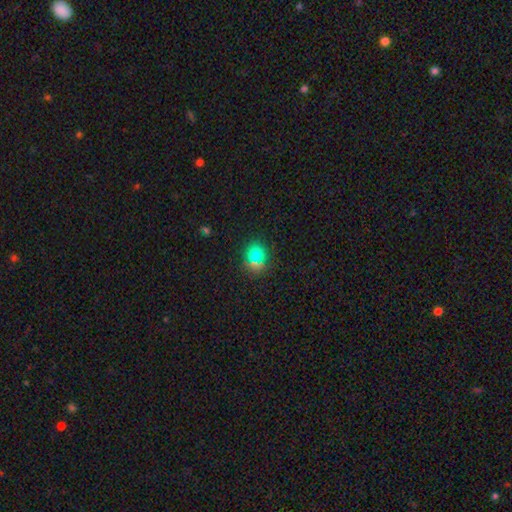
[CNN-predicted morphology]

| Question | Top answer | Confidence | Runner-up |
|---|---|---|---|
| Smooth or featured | smooth | 71% | star or artifact (21%) |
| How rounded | round | 75% | in between (24%) |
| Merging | none | 74% | merger (11%) |